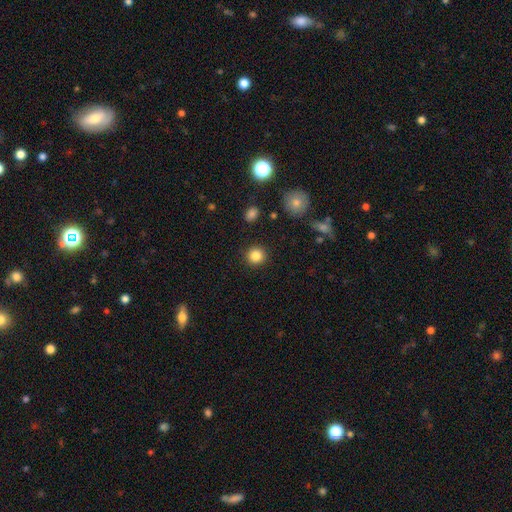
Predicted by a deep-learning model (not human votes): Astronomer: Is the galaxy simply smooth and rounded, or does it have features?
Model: smooth — 85%.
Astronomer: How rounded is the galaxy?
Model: round — 92%.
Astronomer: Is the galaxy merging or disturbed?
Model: none — 91%.